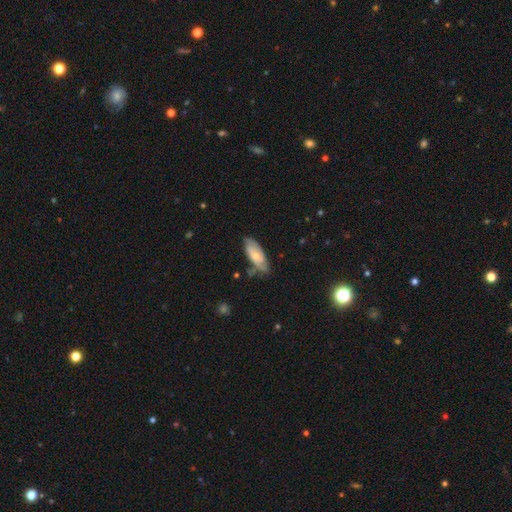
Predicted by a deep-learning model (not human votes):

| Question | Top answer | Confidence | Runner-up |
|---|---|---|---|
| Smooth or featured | smooth | 49% | featured or disk (45%) |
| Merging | none | 61% | minor disturbance (28%) |